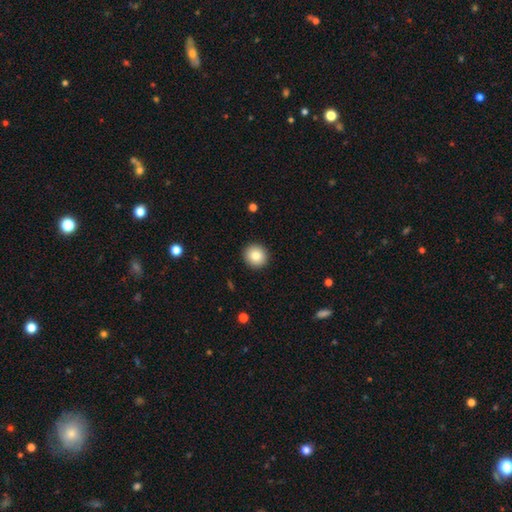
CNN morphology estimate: Smooth or featured? Predicted: smooth (p=0.83). How rounded? Predicted: round (p=0.93). Merging? Predicted: none (p=0.93).